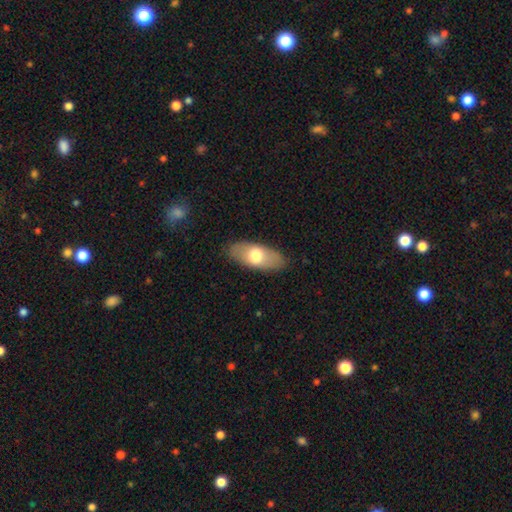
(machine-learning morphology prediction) A smooth galaxy with no disk features (65%) that is in between round and cigar-shaped (86%).

Vote fractions:
- Smooth or featured? smooth: 65% / featured or disk: 30% / star or artifact: 6%
- How rounded? in between: 86% / cigar-shaped: 11% / round: 3%
- Merging? none: 86% / minor disturbance: 10% / major disturbance: 3% / merger: 1%